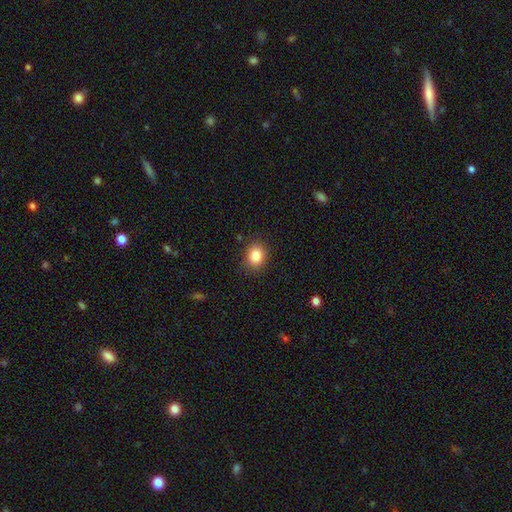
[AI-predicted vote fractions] A smooth galaxy with no disk features (85%) that is round (61%).

Vote fractions:
- Smooth or featured? smooth: 85% / star or artifact: 10% / featured or disk: 5%
- How rounded? round: 61% / in between: 38% / cigar-shaped: 1%
- Merging? none: 86% / minor disturbance: 10% / major disturbance: 3% / merger: 1%